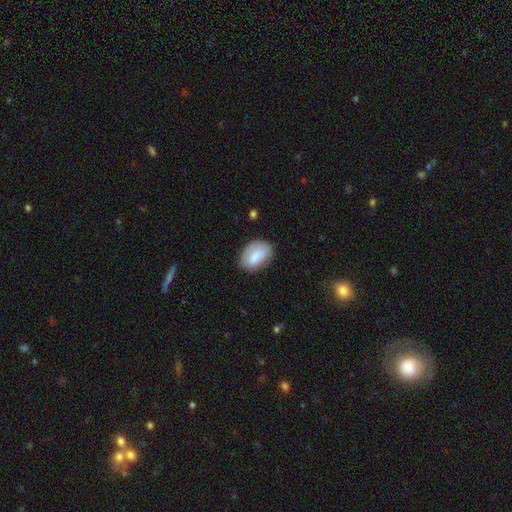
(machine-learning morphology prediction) This appears to be a smooth galaxy with no disk features (79%) that is in between round and cigar-shaped (85%). Merging: none (72%).